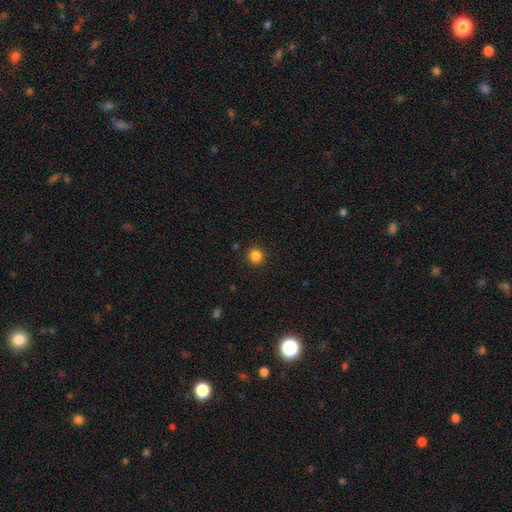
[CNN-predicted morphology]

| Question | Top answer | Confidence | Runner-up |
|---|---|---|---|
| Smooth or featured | smooth | 85% | star or artifact (12%) |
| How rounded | round | 93% | in between (6%) |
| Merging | none | 92% | minor disturbance (5%) |